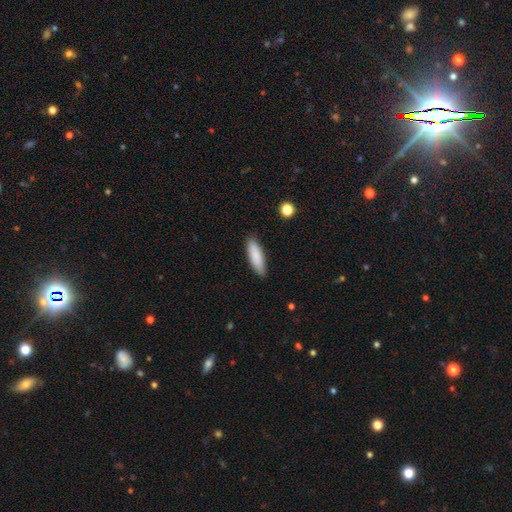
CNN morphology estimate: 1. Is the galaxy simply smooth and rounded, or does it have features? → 86% smooth, 8% featured or disk, 6% star or artifact.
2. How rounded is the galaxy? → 58% cigar-shaped, 40% in between, 1% round.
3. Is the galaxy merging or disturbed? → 87% none, 10% minor disturbance, 2% major disturbance, 1% merger.